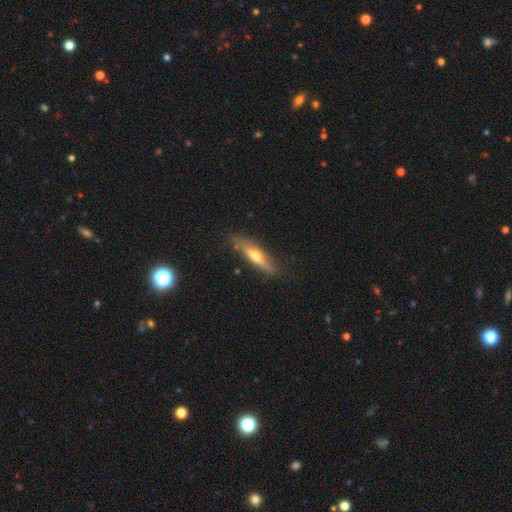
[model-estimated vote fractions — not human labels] Q: Smooth or featured?
A: featured or disk (47%); tied with: smooth (47%)
Q: Merging?
A: none (78%); runner-up: minor disturbance (17%)